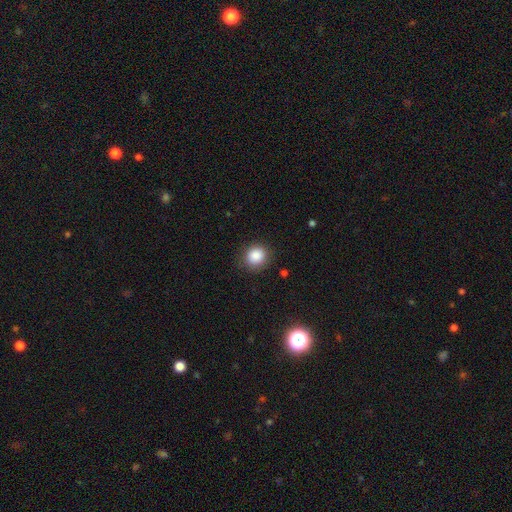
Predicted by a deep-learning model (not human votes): smooth-or-featured: smooth: 86% | star or artifact: 10% | featured or disk: 4%
  how-rounded: round: 83% | in between: 16% | cigar-shaped: 1%
  merging: none: 86% | minor disturbance: 10% | major disturbance: 3% | merger: 1%